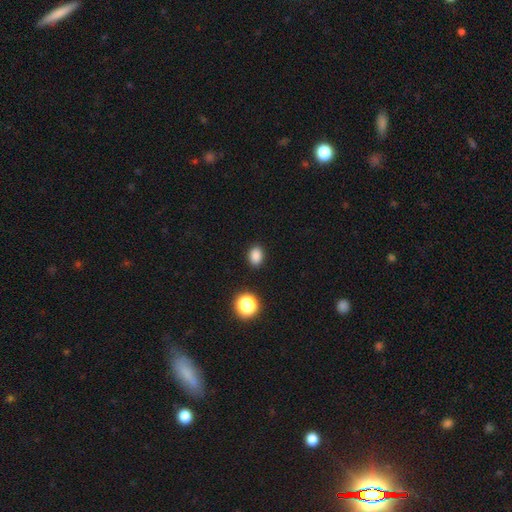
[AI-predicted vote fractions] Overall: smooth (84%). How rounded: in between (66%; round 33%). Merging: none (88%).